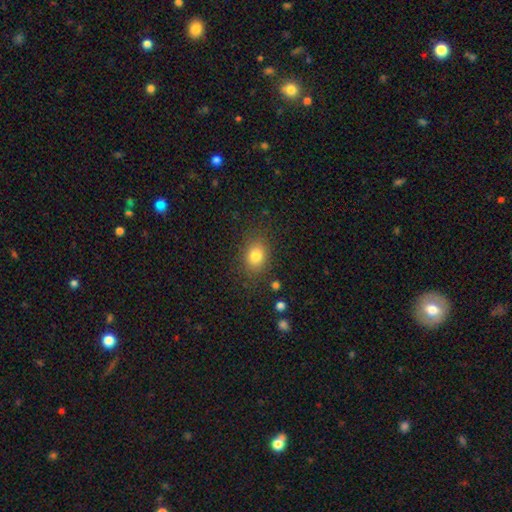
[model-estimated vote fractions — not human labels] Smooth or featured? smooth (80%)
How rounded? in between (58%)
Merging? none (81%)